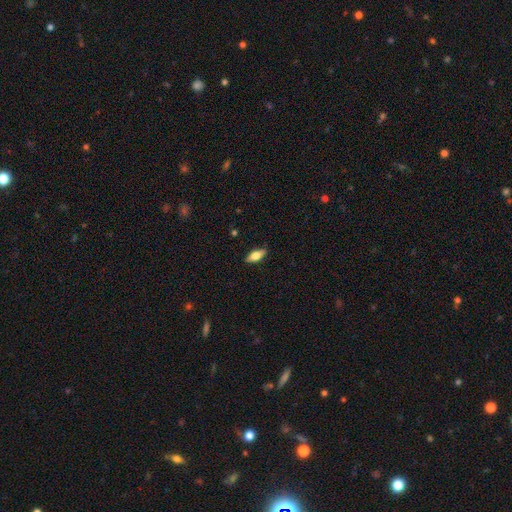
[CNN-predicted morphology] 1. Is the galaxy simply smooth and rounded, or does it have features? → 66% smooth, 28% featured or disk, 7% star or artifact.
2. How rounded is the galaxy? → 77% in between, 20% cigar-shaped, 3% round.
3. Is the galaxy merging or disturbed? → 87% none, 10% minor disturbance, 2% major disturbance, 1% merger.